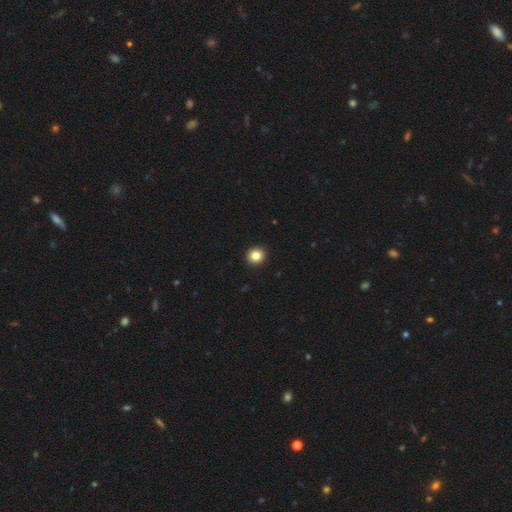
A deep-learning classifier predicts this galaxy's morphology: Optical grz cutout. It shows a smooth galaxy with no disk features (85%) that is round (90%). Merging: none (94%).